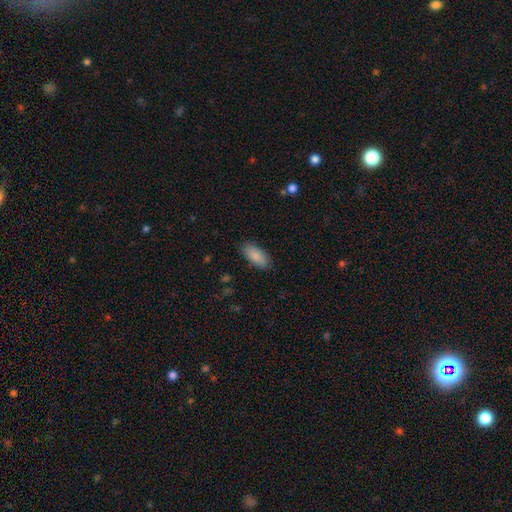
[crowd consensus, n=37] smooth_or_featured: smooth (p=0.92) [alt: star or artifact p=0.05]
how_rounded: in between (p=0.97) [alt: cigar-shaped p=0.03]
merging: none (p=0.94) [alt: minor disturbance p=0.06]